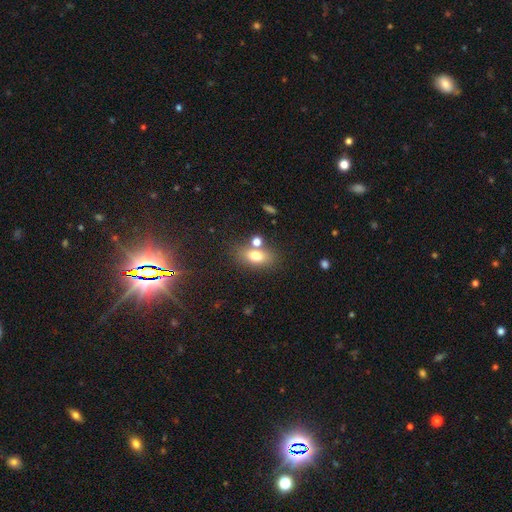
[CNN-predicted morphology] Smooth or featured?
  - smooth: 73% *
  - featured or disk: 16%
  - star or artifact: 11%
How rounded?
  - in between: 79% *
  - round: 15%
  - cigar-shaped: 6%
Merging?
  - none: 62% *
  - merger: 21%
  - minor disturbance: 12%
  - major disturbance: 4%